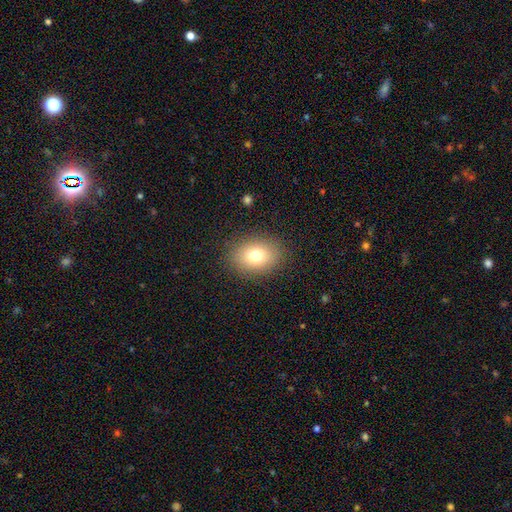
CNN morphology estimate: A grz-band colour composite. It shows a smooth galaxy with no disk features (75%) that is in between round and cigar-shaped (58%). Merging: none (87%).